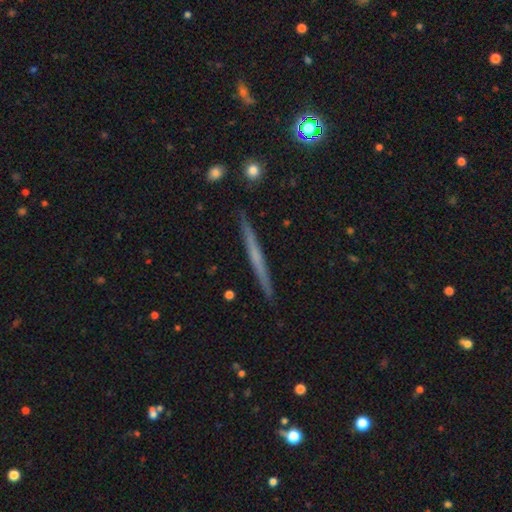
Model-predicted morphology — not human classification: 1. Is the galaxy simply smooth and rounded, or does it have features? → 54% featured or disk, 39% smooth, 7% star or artifact.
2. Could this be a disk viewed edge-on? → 98% yes, 2% no.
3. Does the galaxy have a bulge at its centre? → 86% none, 10% rounded, 4% boxy.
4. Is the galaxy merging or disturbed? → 92% none, 6% minor disturbance, 1% major disturbance, 1% merger.